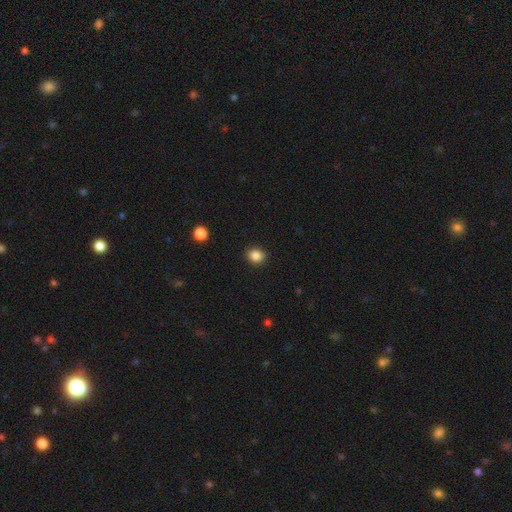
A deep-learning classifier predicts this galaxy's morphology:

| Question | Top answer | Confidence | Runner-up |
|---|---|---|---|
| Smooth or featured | smooth | 86% | star or artifact (11%) |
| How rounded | round | 71% | in between (28%) |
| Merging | none | 90% | minor disturbance (7%) |